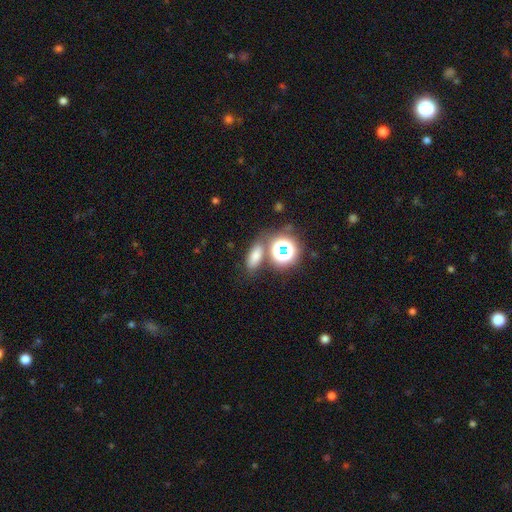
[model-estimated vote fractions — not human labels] This is likely a smooth galaxy (68%). How rounded: likely in between (65%). Merging: likely none (73%).